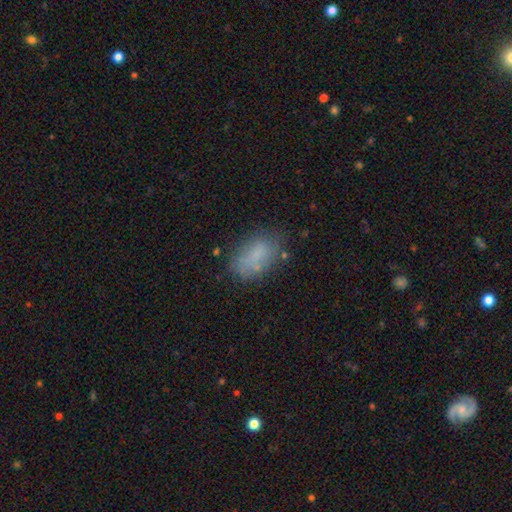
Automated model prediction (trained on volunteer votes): Smooth or featured? Predicted: smooth (p=0.71). How rounded? Predicted: in between (p=0.90). Merging? Predicted: none (p=0.66).